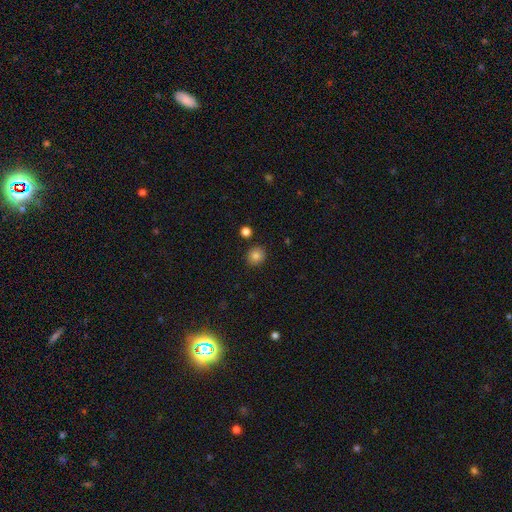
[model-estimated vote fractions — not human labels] This appears to be a smooth galaxy with no disk features (83%) that is round (84%). Merging: none (88%).